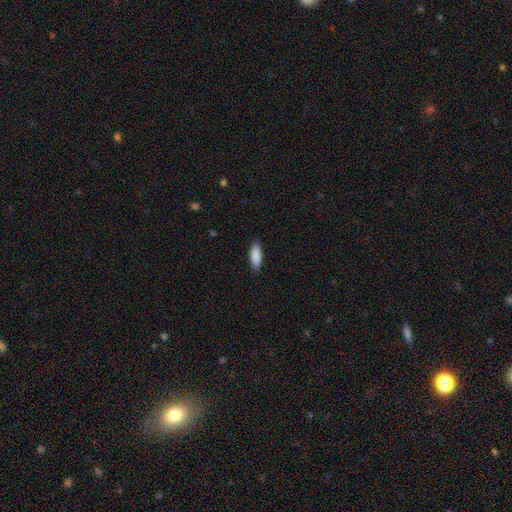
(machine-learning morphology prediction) Smooth or featured? smooth (89%)
How rounded? in between (60%)
Merging? none (88%)